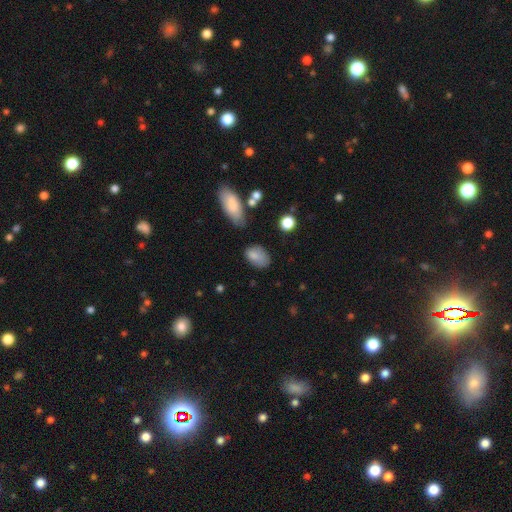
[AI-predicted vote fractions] A smooth galaxy with no disk features (82%) that is in between round and cigar-shaped (87%). Merging: none (59%).